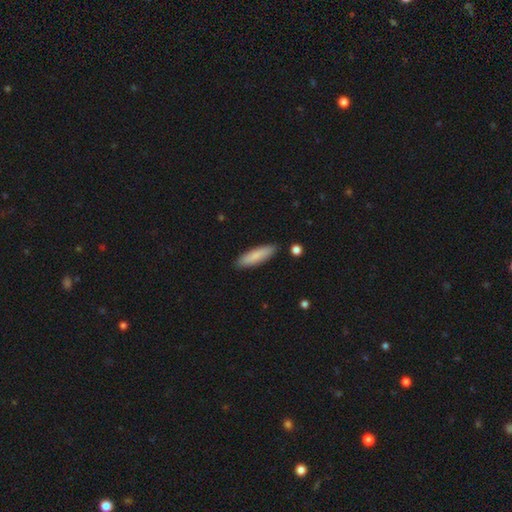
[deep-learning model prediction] A smooth galaxy with no disk features (82%) that is cigar-shaped (67%). Merging: none (88%).